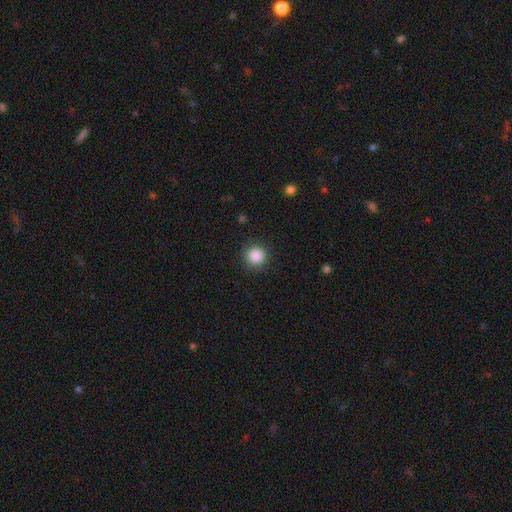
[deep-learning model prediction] smooth_or_featured: smooth (p=0.87) [alt: star or artifact p=0.10]
how_rounded: round (p=0.94) [alt: in between p=0.05]
merging: none (p=0.90) [alt: minor disturbance p=0.07]